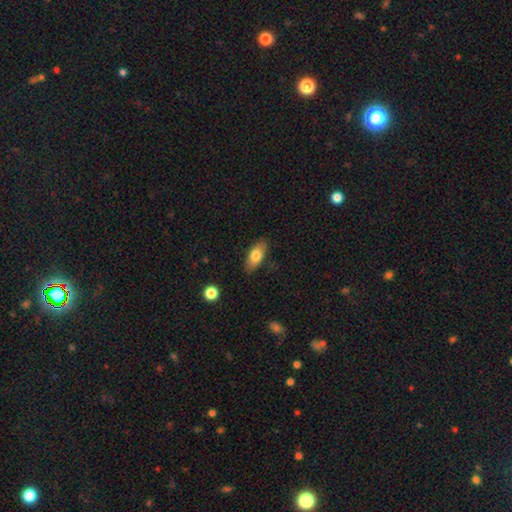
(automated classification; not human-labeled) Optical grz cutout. It shows a smooth galaxy with no disk features (76%) that is in between round and cigar-shaped (84%). Merging: none (84%).